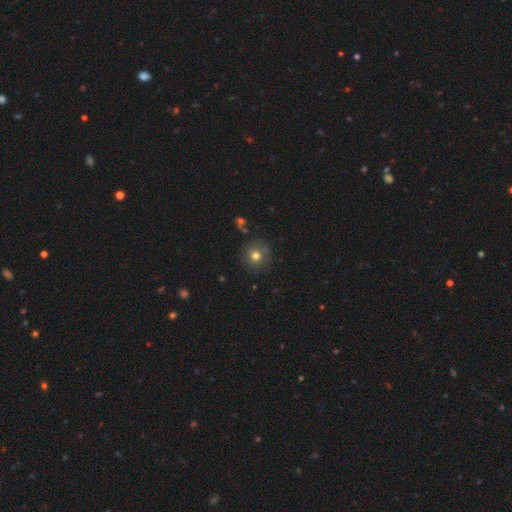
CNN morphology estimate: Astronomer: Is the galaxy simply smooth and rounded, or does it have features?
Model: smooth — 74%.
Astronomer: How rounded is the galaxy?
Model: round — 93%.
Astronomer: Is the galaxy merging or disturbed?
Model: none — 84%.